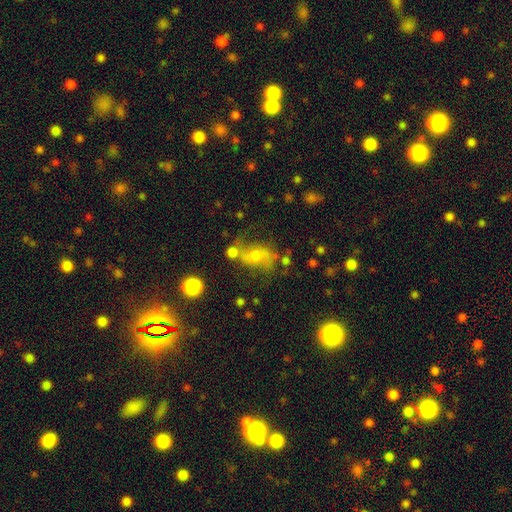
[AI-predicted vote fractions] This appears to be a featured or disk galaxy (47%). Merging: none (47%).